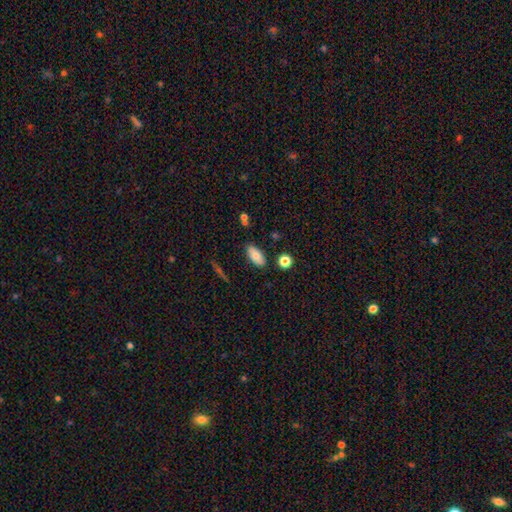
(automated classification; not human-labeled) smooth 76%, featured or disk 16%, star or artifact 8%. Down the decision tree: how rounded — in between (90%); merging — none (83%).